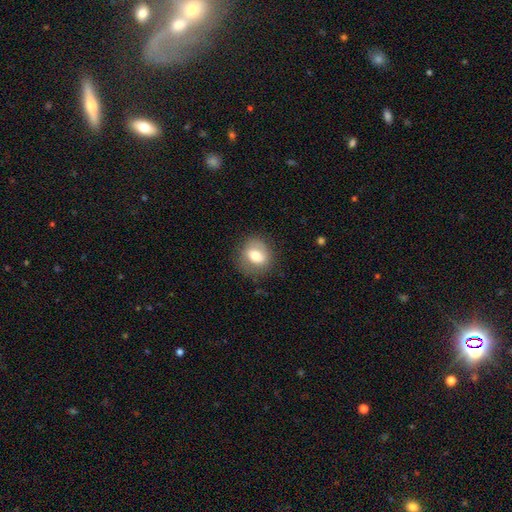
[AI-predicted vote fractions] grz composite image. It shows a smooth galaxy with no disk features (67%) that is round (62%). Merging: none (78%).